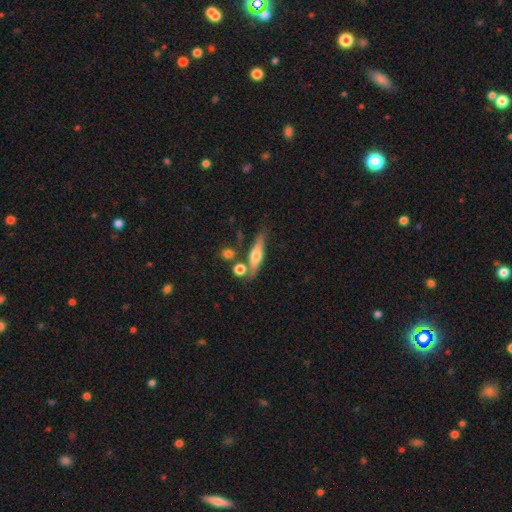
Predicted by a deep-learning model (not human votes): smooth_or_featured: featured or disk (p=0.50) [alt: smooth p=0.43]
merging: none (p=0.70) [alt: merger p=0.13]